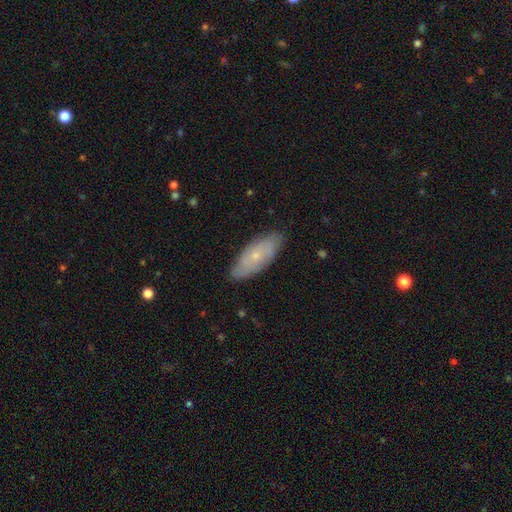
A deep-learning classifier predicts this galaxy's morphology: Smooth or featured?
  - smooth: 48% *
  - featured or disk: 45%
  - star or artifact: 7%
Merging?
  - none: 83% *
  - minor disturbance: 14%
  - major disturbance: 2%
  - merger: 1%